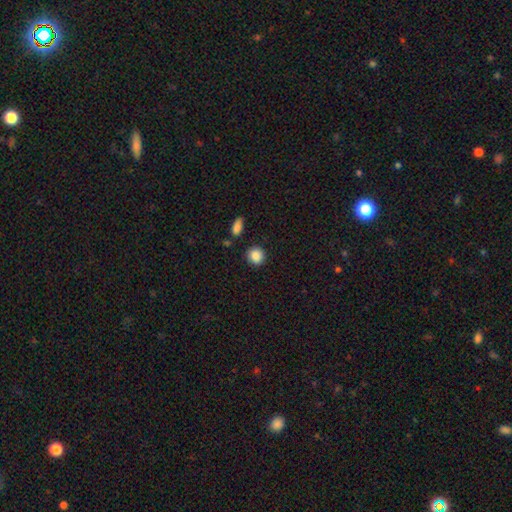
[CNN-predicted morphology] Q: Smooth or featured?
A: smooth (88%); runner-up: star or artifact (8%)
Q: How rounded?
A: round (86%); runner-up: in between (13%)
Q: Merging?
A: none (86%); runner-up: minor disturbance (9%)